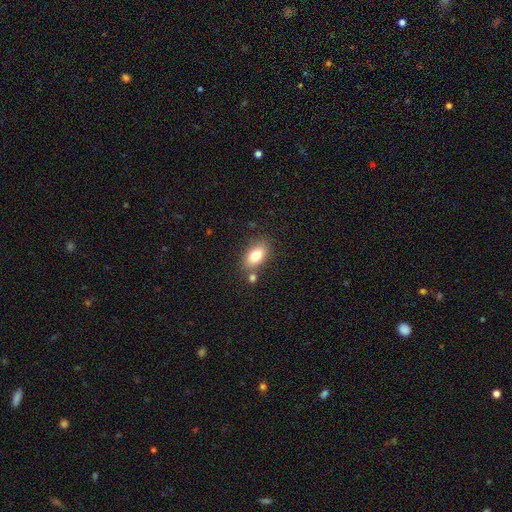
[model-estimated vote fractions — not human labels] A smooth galaxy with no disk features (79%) that is in between round and cigar-shaped (87%). Merging: none (72%).